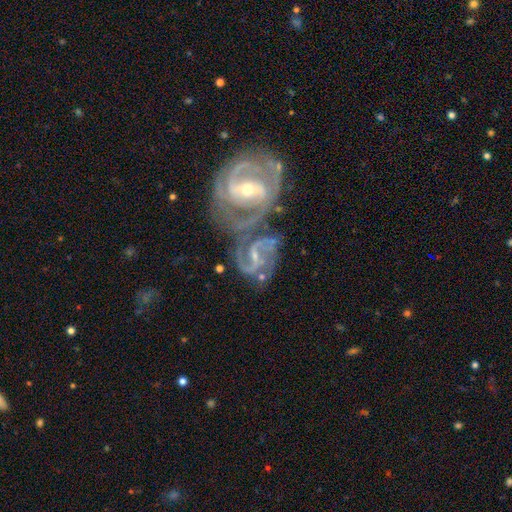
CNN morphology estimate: A featured or disk galaxy (90%) with a weak bar (42%), 2 (83%) medium (60%) spiral arms (97%) and a small central bulge (67%). Merging: merger (56%).